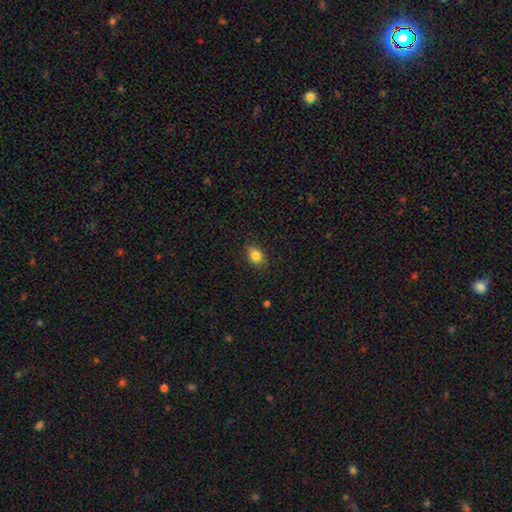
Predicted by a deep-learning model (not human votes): This appears to be a smooth galaxy with no disk features (83%) that is in between round and cigar-shaped (69%). Merging: none (82%).